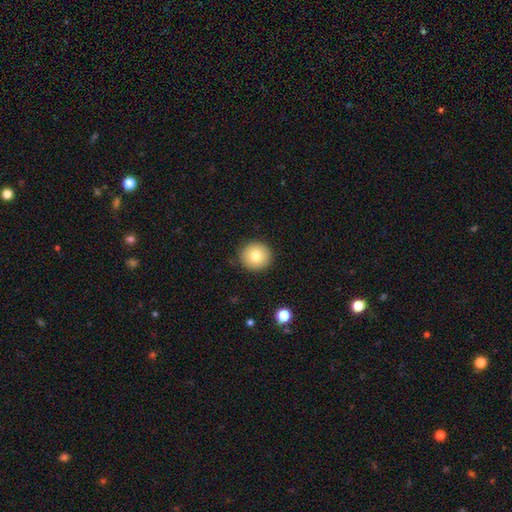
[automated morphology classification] This is likely a smooth galaxy (79%). How rounded: clearly round (94%). Merging: clearly none (90%).